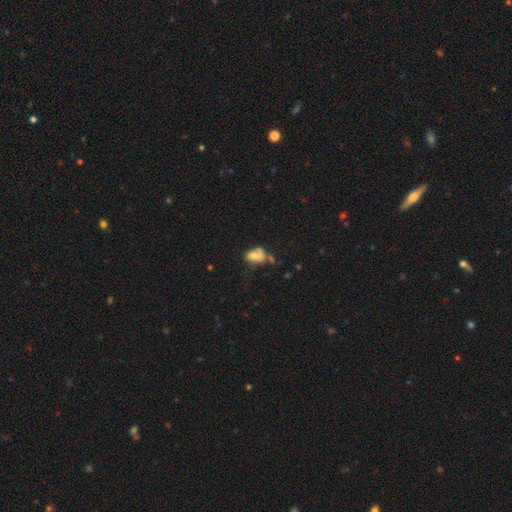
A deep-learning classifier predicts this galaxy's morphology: A smooth galaxy with no disk features (61%) that is in between round and cigar-shaped (77%).

Vote fractions:
- Smooth or featured? smooth: 61% / featured or disk: 27% / star or artifact: 13%
- How rounded? in between: 77% / round: 20% / cigar-shaped: 2%
- Merging? merger: 29% / none: 27% / minor disturbance: 22% / major disturbance: 22%